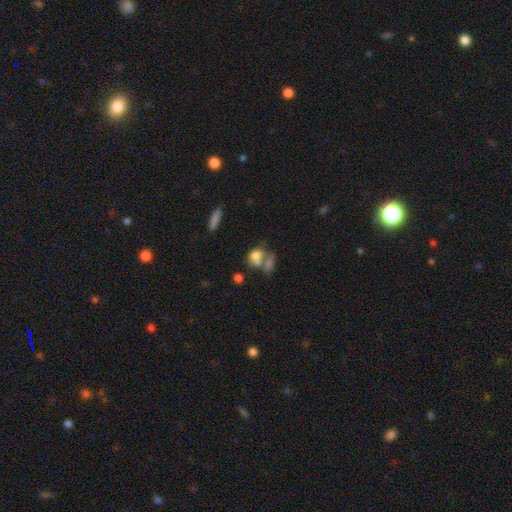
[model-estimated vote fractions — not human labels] The model was most divided on "how rounded": in between: 60%, round: 38%, cigar-shaped: 3%. More confident: smooth or featured — smooth (67%); merging — merger (54%).